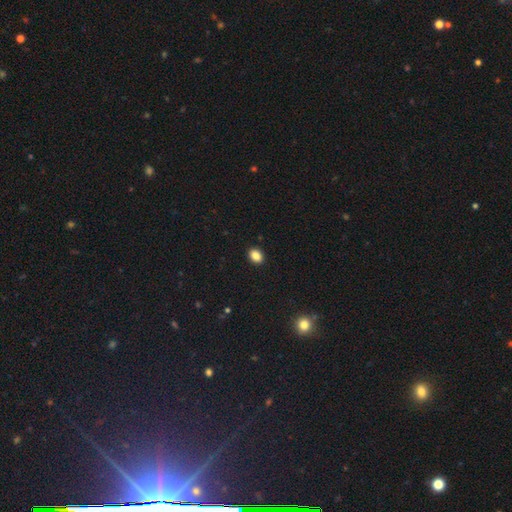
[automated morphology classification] type=smooth (87%); roundness=in between (67%); merging=none (91%).